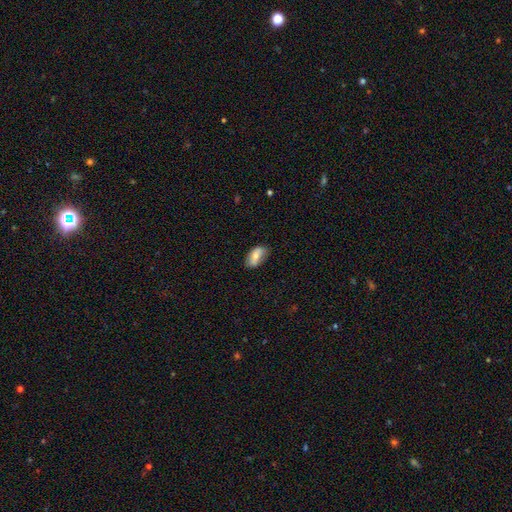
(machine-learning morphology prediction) This appears to be a smooth galaxy with no disk features (66%) that is in between round and cigar-shaped (91%). Merging: none (72%).